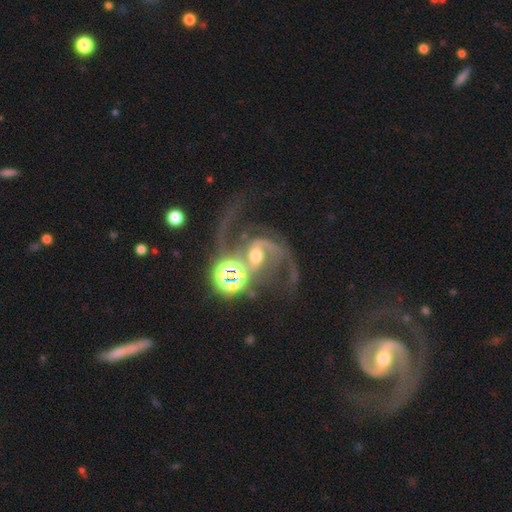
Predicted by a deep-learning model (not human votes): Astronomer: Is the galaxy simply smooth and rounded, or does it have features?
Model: featured or disk — 81%.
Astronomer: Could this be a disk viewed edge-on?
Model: no — 98%.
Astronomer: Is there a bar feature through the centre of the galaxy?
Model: no — 38% (runner-up: weak, 34%).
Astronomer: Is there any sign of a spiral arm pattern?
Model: yes — 96%.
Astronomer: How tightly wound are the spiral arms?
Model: loose — 57% (runner-up: medium, 37%).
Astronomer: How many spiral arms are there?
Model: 2 — 87%.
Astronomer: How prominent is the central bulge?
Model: moderate — 57%.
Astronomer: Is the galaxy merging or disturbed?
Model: none — 38% (runner-up: merger, 26%).